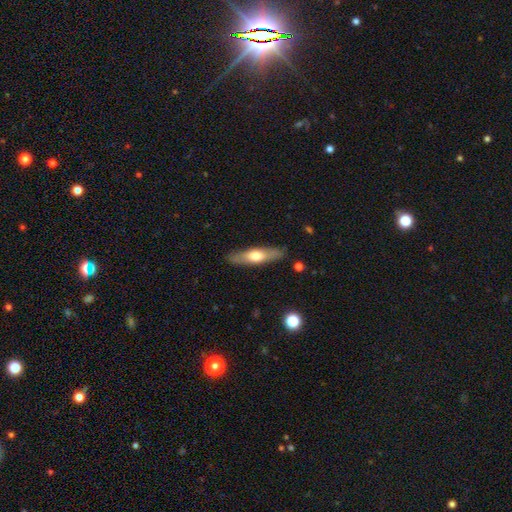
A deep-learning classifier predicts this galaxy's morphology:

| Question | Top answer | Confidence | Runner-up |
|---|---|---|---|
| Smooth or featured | smooth | 51% | featured or disk (43%) |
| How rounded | cigar-shaped | 63% | in between (35%) |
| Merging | none | 86% | minor disturbance (10%) |